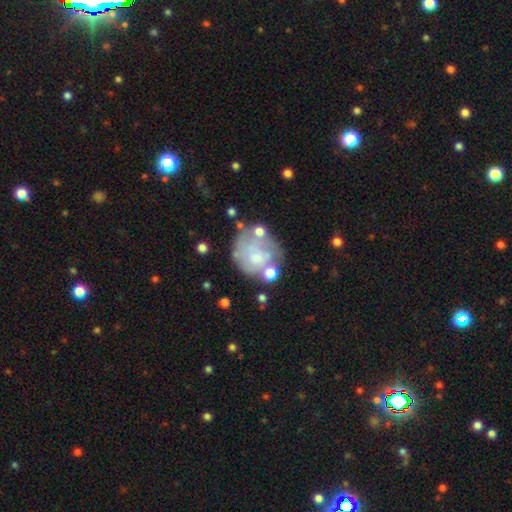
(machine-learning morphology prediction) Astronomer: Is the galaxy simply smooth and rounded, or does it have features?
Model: featured or disk — 47% (runner-up: smooth, 43%).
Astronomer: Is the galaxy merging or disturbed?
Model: none — 49%.